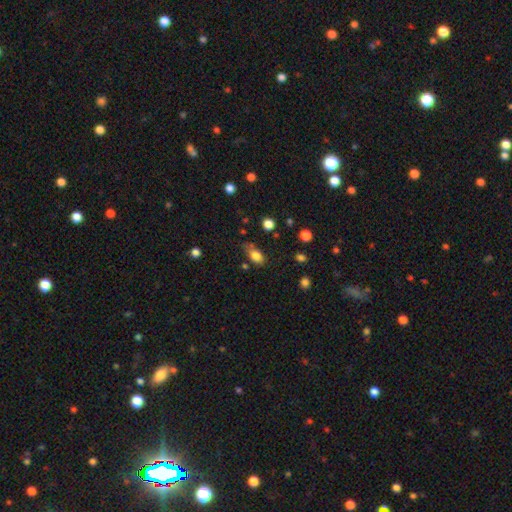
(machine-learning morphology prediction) A smooth galaxy with no disk features (81%) that is in between round and cigar-shaped (80%). Merging: none (54%).